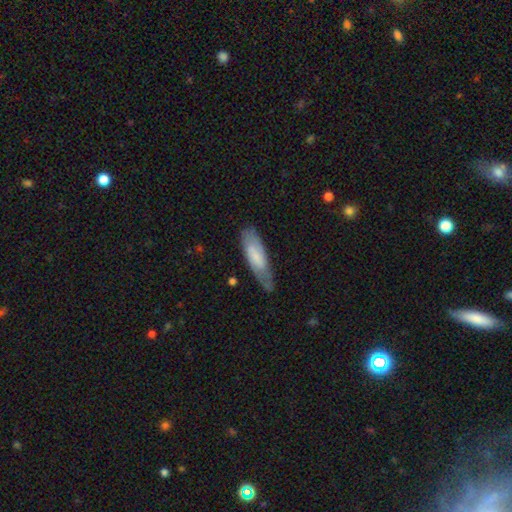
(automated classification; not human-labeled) Smooth or featured? smooth (61%)
How rounded? cigar-shaped (53%)
Merging? none (64%)